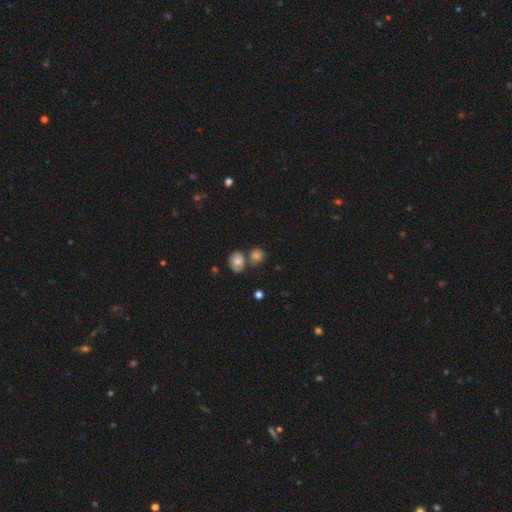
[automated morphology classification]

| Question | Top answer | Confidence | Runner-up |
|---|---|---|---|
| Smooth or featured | smooth | 66% | star or artifact (18%) |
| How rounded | round | 77% | in between (22%) |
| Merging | none | 65% | merger (23%) |